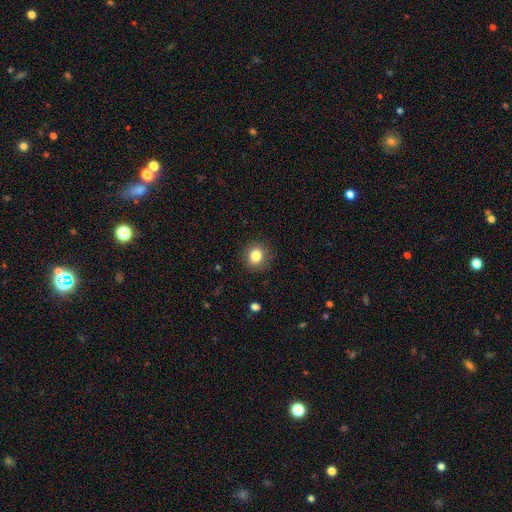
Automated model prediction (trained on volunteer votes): Smooth or featured?
  - smooth: 83% *
  - star or artifact: 10%
  - featured or disk: 7%
How rounded?
  - round: 87% *
  - in between: 12%
  - cigar-shaped: 1%
Merging?
  - none: 89% *
  - minor disturbance: 8%
  - major disturbance: 2%
  - merger: 1%